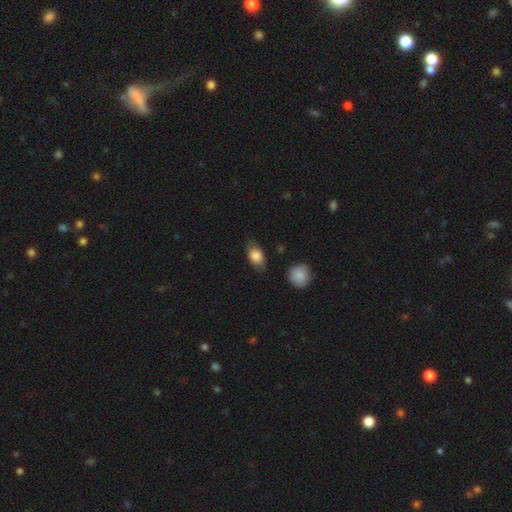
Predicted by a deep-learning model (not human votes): A smooth galaxy with no disk features (82%) that is in between round and cigar-shaped (82%).

Vote fractions:
- Smooth or featured? smooth: 82% / featured or disk: 11% / star or artifact: 7%
- How rounded? in between: 82% / round: 15% / cigar-shaped: 3%
- Merging? none: 73% / minor disturbance: 20% / major disturbance: 5% / merger: 2%